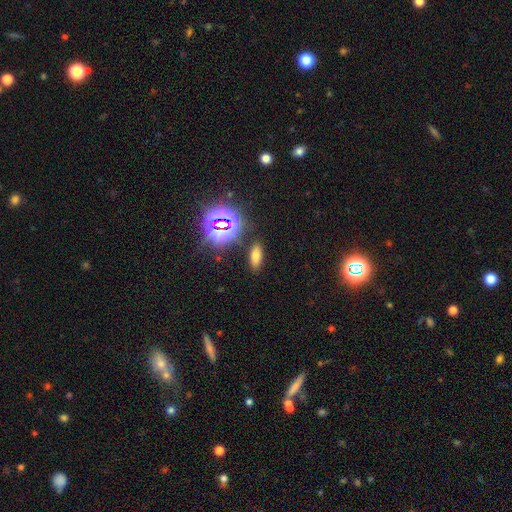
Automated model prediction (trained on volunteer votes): smooth 64%, star or artifact 28%, featured or disk 9%. Down the decision tree: how rounded — in between (78%); merging — none (87%).